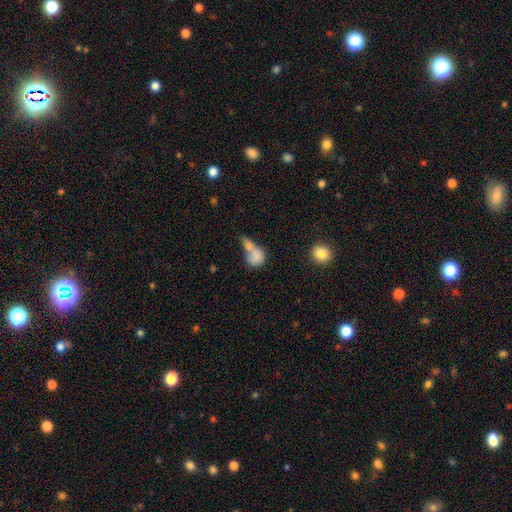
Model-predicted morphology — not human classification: Q: Smooth or featured?
A: smooth (77%); runner-up: featured or disk (14%)
Q: How rounded?
A: round (48%); tied with: in between (48%)
Q: Merging?
A: merger (60%); runner-up: none (20%)